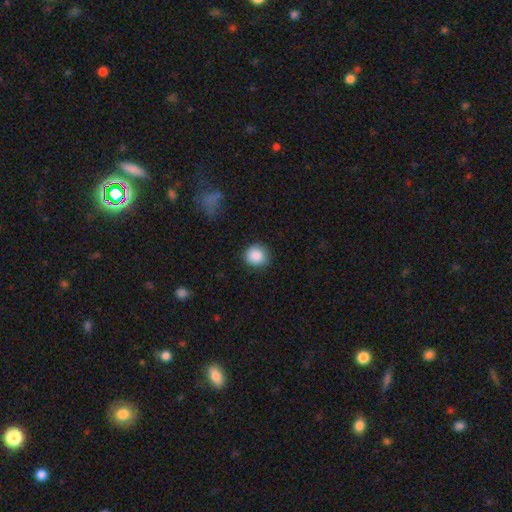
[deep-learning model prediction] The model was most divided on "merging": none: 84%, minor disturbance: 12%, major disturbance: 3%, merger: 1%. More confident: how rounded — round (89%); smooth or featured — smooth (89%).